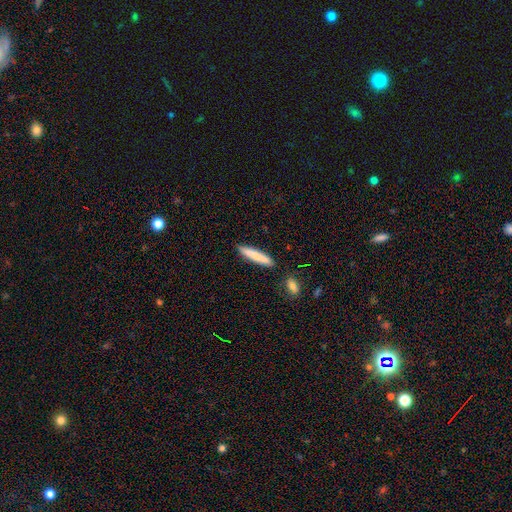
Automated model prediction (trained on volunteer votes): smooth_or_featured: smooth (p=0.80) [alt: featured or disk p=0.15]
how_rounded: cigar-shaped (p=0.91) [alt: in between p=0.08]
merging: none (p=0.87) [alt: minor disturbance p=0.08]